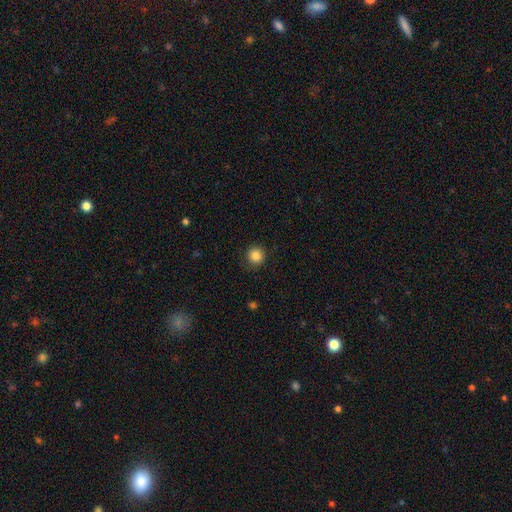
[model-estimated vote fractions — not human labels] Morphology: type=smooth (85%); roundness=round (91%); merging=none (86%).